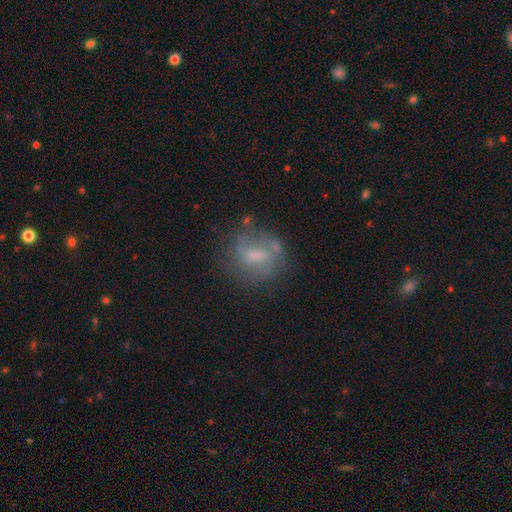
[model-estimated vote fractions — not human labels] Q: Smooth or featured?
A: featured or disk (46%); runner-up: smooth (43%)
Q: Merging?
A: none (64%); runner-up: minor disturbance (20%)